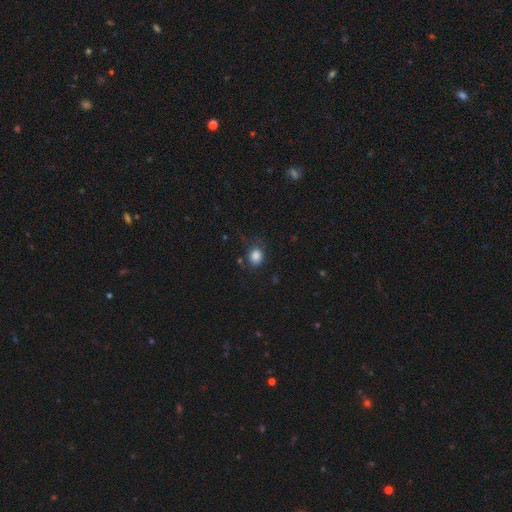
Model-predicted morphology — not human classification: A smooth galaxy with no disk features (84%) that is round (70%). Merging: none (69%).